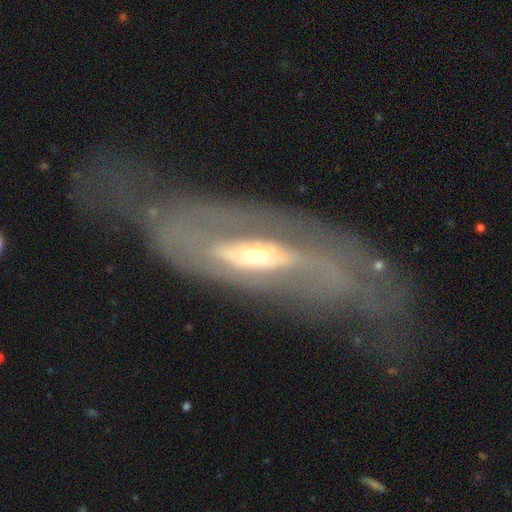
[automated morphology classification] Q: Smooth or featured?
A: featured or disk (75%); runner-up: smooth (18%)
Q: Edge-on disk?
A: no (73%); runner-up: yes (27%)
Q: Bar?
A: no (50%); runner-up: strong (25%)
Q: Spiral arms?
A: no (55%); runner-up: yes (45%)
Q: Bulge size?
A: small (47%); runner-up: moderate (45%)
Q: Merging?
A: none (56%); runner-up: major disturbance (21%)